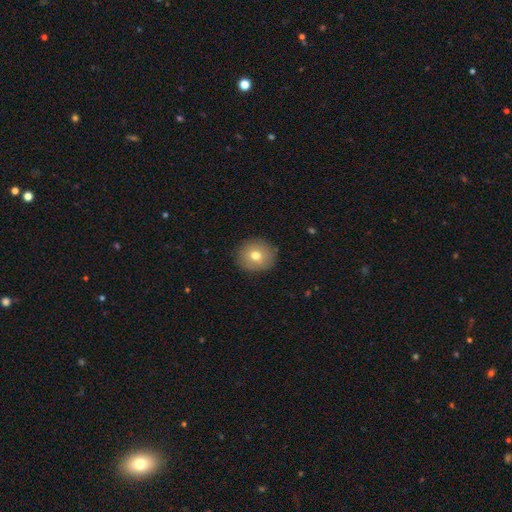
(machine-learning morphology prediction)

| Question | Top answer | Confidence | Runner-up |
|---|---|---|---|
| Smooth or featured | smooth | 73% | featured or disk (17%) |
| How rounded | round | 86% | in between (13%) |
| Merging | none | 89% | minor disturbance (8%) |